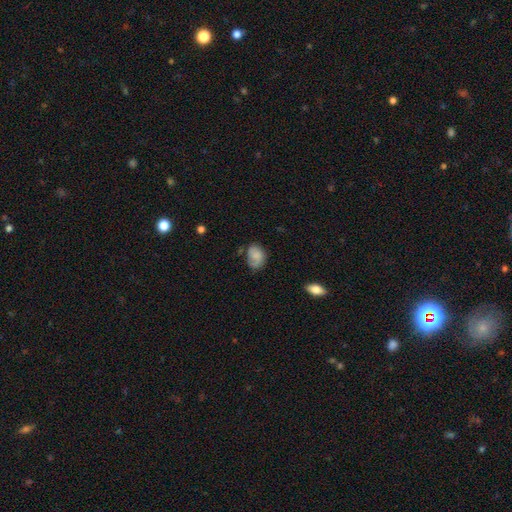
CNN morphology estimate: This is likely a smooth galaxy (66%). How rounded: likely in between (67%). Merging: possibly none (54%).